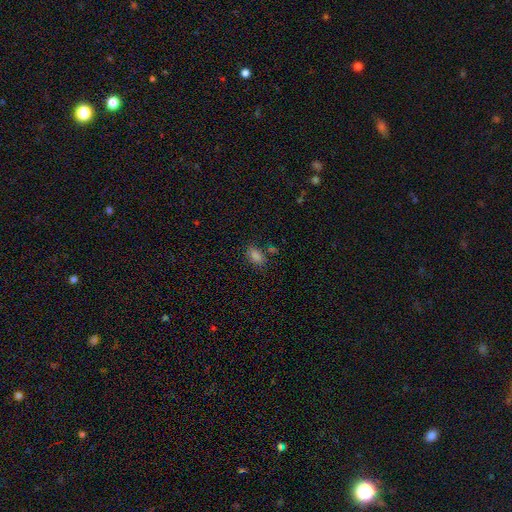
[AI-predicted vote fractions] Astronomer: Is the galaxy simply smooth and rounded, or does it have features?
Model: smooth — 78%.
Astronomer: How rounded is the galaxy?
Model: in between — 87%.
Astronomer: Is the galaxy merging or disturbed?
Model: none — 75%.